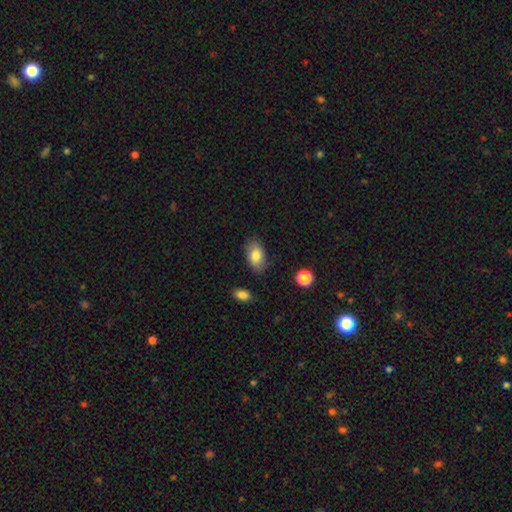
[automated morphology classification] A smooth galaxy with no disk features (81%) that is in between round and cigar-shaped (91%). Merging: none (81%).